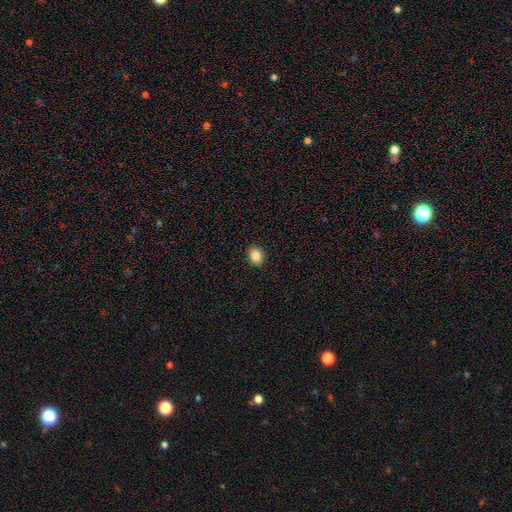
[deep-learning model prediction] smooth_or_featured: smooth (p=0.86) [alt: star or artifact p=0.10]
how_rounded: round (p=0.54) [alt: in between p=0.45]
merging: none (p=0.91) [alt: minor disturbance p=0.06]